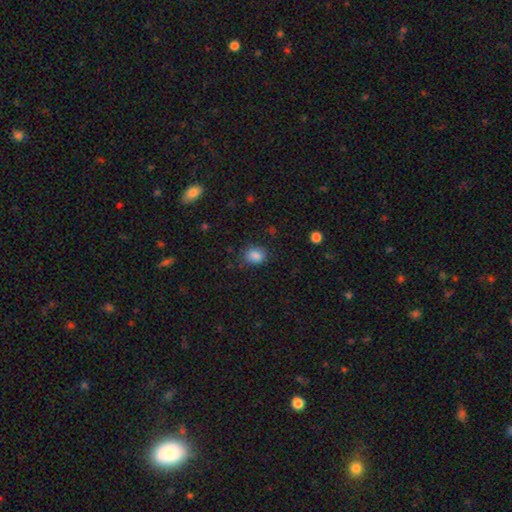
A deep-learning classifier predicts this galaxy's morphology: smooth_or_featured: smooth (p=0.86) [alt: star or artifact p=0.09]
how_rounded: round (p=0.50) [alt: in between p=0.49]
merging: none (p=0.76) [alt: minor disturbance p=0.17]